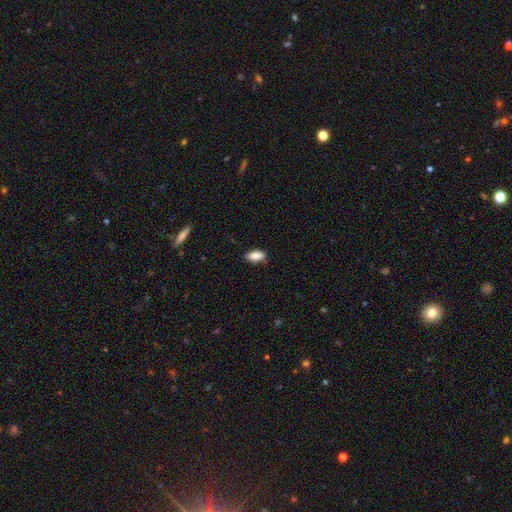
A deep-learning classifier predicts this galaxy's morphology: Smooth or featured: smooth — 86% (star or artifact — 7%)
How rounded: in between — 88% (cigar-shaped — 9%)
Merging: none — 81% (minor disturbance — 15%)